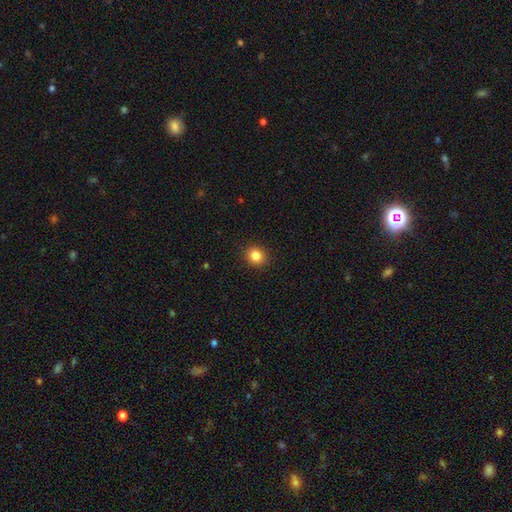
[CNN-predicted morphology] smooth-or-featured: smooth: 84% | star or artifact: 11% | featured or disk: 5%
  how-rounded: round: 77% | in between: 22% | cigar-shaped: 1%
  merging: none: 91% | minor disturbance: 6% | major disturbance: 2% | merger: 1%